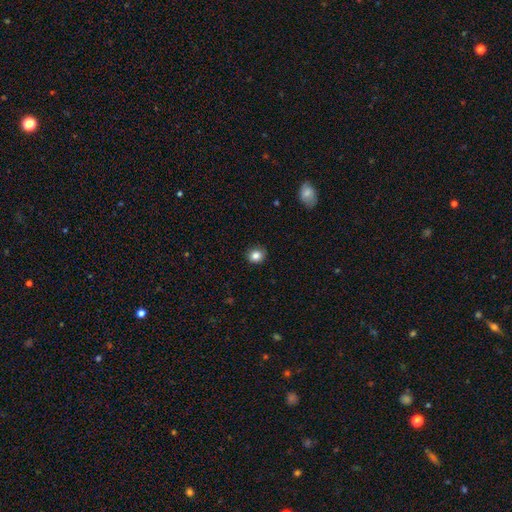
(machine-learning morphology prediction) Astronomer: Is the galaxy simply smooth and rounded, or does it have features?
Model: smooth — 84%.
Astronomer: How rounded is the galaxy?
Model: round — 77%.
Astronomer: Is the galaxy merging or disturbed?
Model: none — 88%.